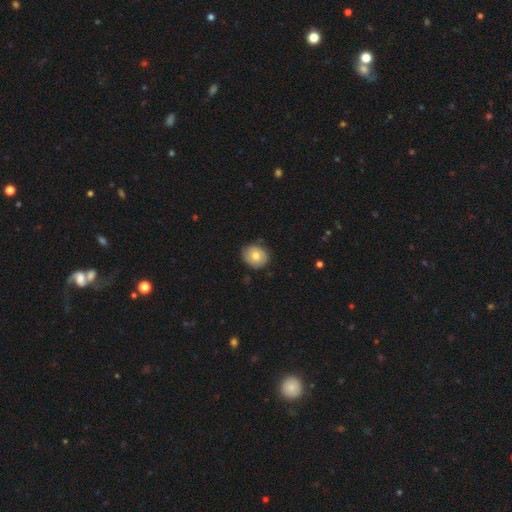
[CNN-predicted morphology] Smooth or featured? Predicted: smooth (p=0.71). How rounded? Predicted: round (p=0.65). Merging? Predicted: none (p=0.80).